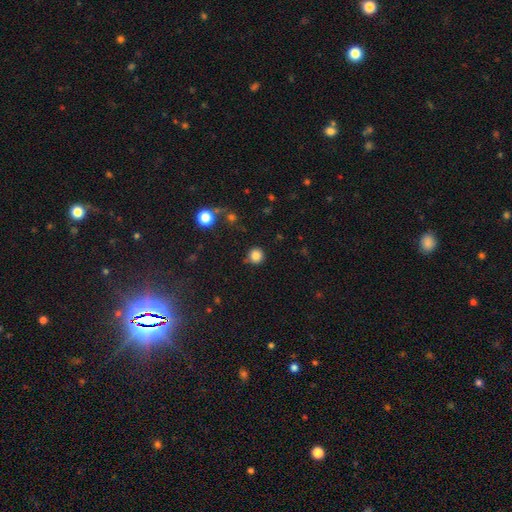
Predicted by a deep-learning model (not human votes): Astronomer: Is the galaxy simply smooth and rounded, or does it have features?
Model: smooth — 84%.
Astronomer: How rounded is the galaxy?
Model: round — 94%.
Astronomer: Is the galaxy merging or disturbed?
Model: none — 87%.